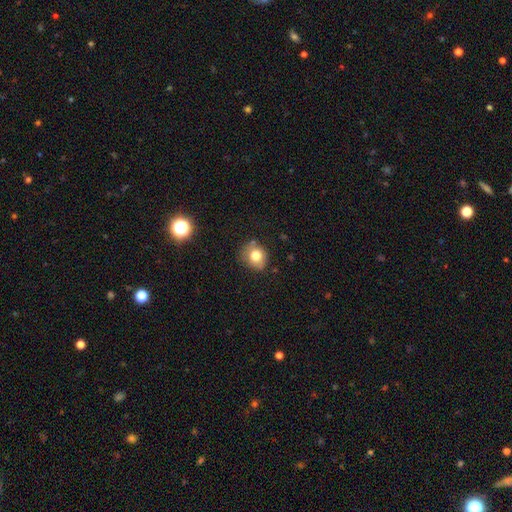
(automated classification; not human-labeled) Smooth or featured: smooth — 76% (featured or disk — 13%)
How rounded: round — 80% (in between — 19%)
Merging: none — 72% (minor disturbance — 20%)